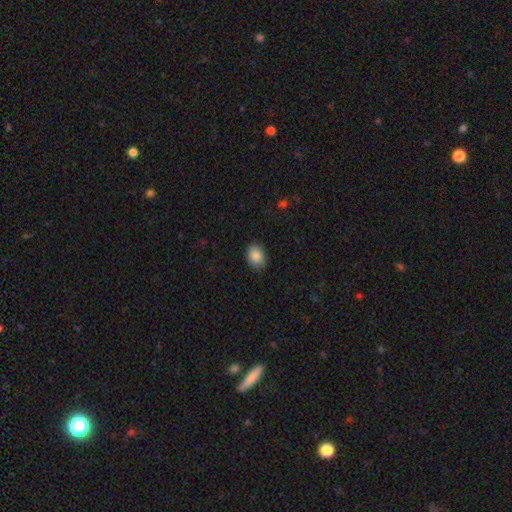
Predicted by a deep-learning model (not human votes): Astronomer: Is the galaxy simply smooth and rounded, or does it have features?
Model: smooth — 87%.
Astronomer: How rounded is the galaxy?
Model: in between — 68%.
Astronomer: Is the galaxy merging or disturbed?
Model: none — 88%.